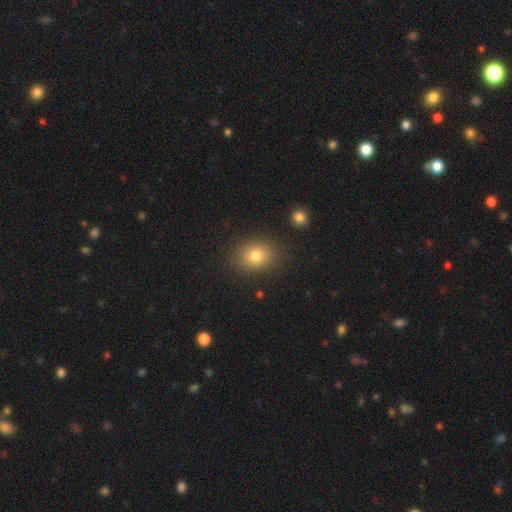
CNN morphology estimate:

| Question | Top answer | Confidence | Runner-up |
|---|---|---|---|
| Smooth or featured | smooth | 80% | star or artifact (12%) |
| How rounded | round | 55% | in between (44%) |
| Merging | none | 86% | minor disturbance (9%) |